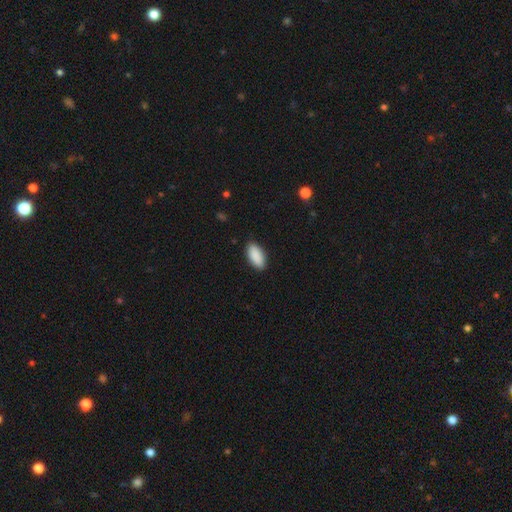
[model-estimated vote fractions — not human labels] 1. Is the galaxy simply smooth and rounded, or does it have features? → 91% smooth, 6% star or artifact, 3% featured or disk.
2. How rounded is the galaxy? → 90% in between, 8% cigar-shaped, 2% round.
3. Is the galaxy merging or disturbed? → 89% none, 9% minor disturbance, 2% major disturbance, 1% merger.